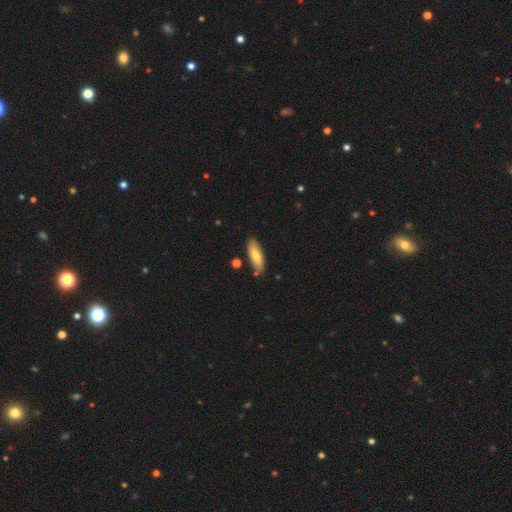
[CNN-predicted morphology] type=smooth (73%); roundness=in between (62%); merging=none (83%).